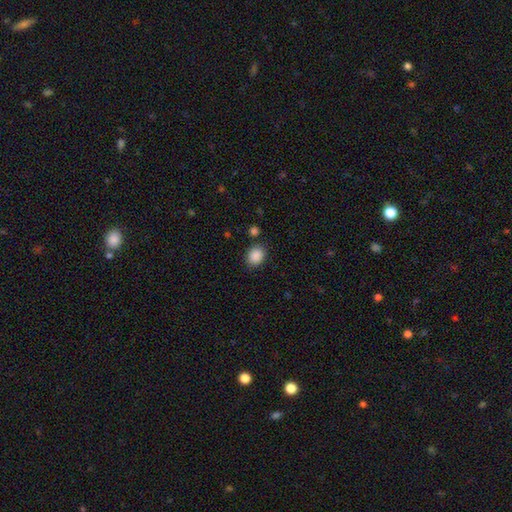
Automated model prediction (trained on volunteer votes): Smooth or featured: smooth — 89% (star or artifact — 9%)
How rounded: in between — 52% (round — 47%)
Merging: none — 83% (minor disturbance — 11%)